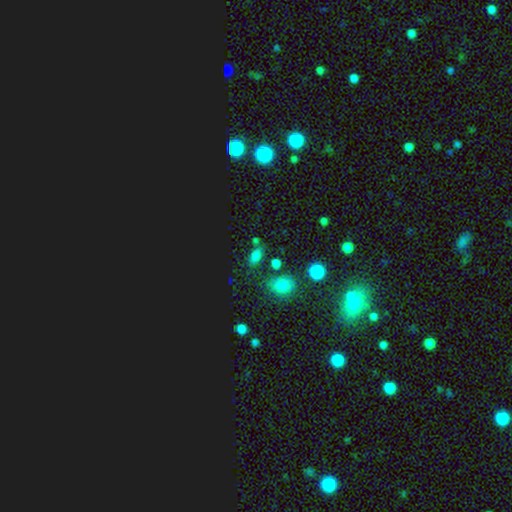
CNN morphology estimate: type=smooth (69%); roundness=in between (80%); merging=none (70%).